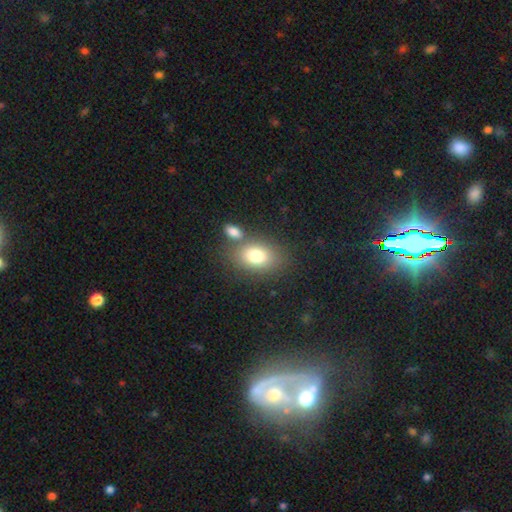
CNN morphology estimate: smooth_or_featured: smooth (p=0.79) [alt: featured or disk p=0.12]
how_rounded: in between (p=0.76) [alt: round p=0.22]
merging: none (p=0.63) [alt: merger p=0.22]